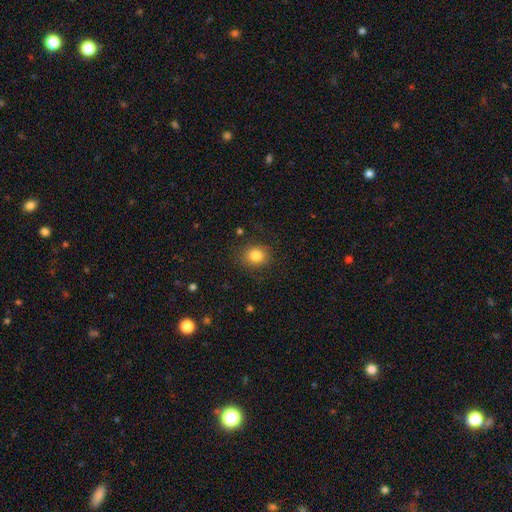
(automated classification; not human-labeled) Smooth or featured? Predicted: smooth (p=0.82). How rounded? Predicted: round (p=0.70). Merging? Predicted: none (p=0.84).